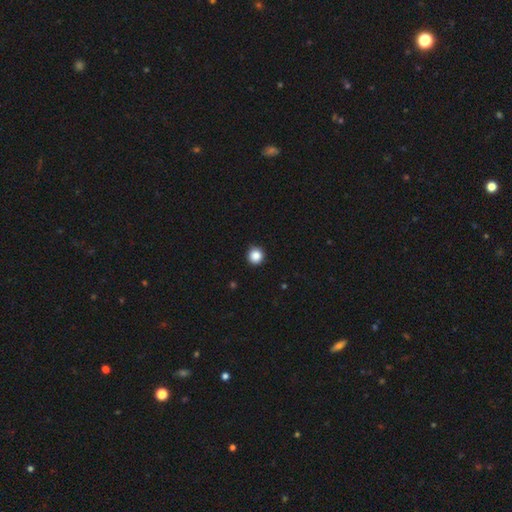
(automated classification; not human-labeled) A smooth galaxy with no disk features (87%) that is round (95%). Merging: none (92%).